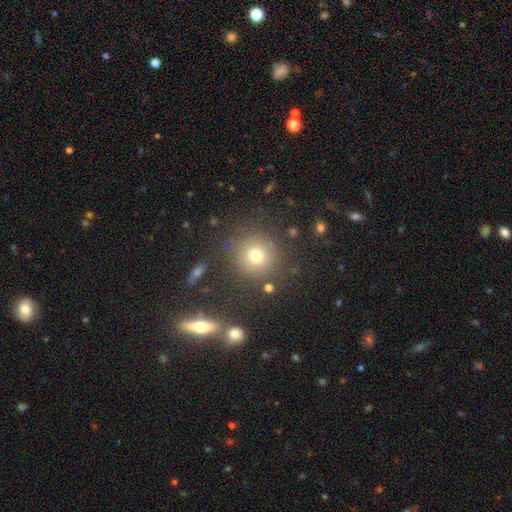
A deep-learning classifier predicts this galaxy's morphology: smooth_or_featured: smooth (p=0.73) [alt: star or artifact p=0.17]
how_rounded: round (p=0.90) [alt: in between p=0.09]
merging: none (p=0.83) [alt: minor disturbance p=0.09]